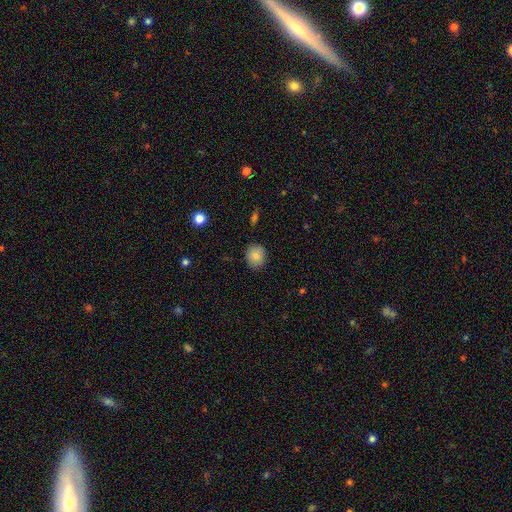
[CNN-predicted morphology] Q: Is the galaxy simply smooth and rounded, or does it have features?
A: smooth — 85%.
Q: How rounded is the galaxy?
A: round — 77%.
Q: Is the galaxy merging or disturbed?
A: none — 87%.